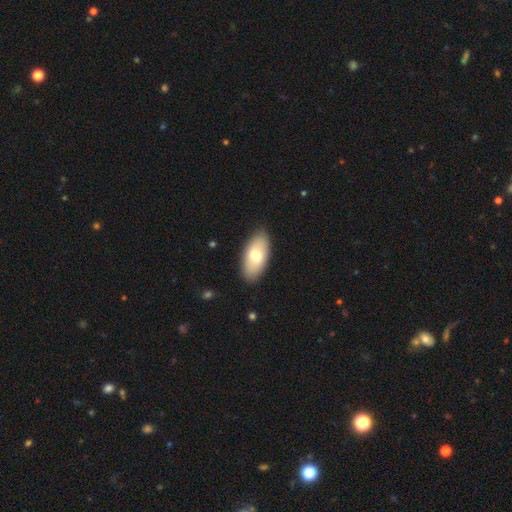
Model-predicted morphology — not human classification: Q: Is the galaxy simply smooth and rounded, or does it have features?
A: smooth — 74%.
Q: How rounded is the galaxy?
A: in between — 93%.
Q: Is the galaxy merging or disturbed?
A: none — 87%.